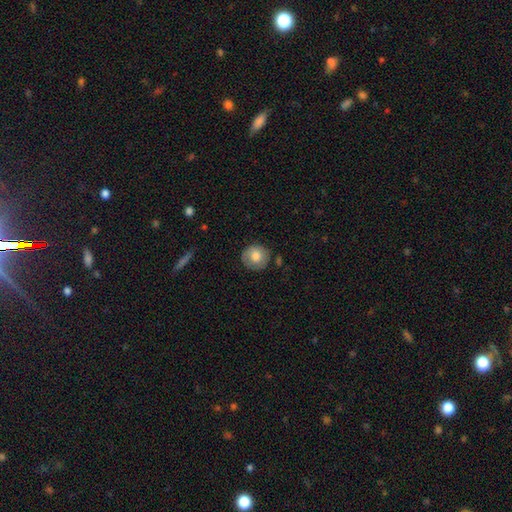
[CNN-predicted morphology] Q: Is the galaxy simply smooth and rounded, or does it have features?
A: smooth — 73%.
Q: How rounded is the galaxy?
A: round — 90%.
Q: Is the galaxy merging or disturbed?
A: none — 79%.